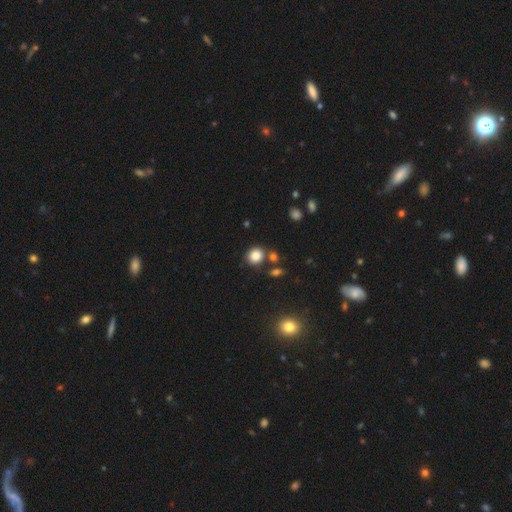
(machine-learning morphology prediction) A smooth galaxy with no disk features (83%) that is round (81%).

Vote fractions:
- Smooth or featured? smooth: 83% / star or artifact: 11% / featured or disk: 5%
- How rounded? round: 81% / in between: 18% / cigar-shaped: 1%
- Merging? none: 77% / minor disturbance: 10% / merger: 10% / major disturbance: 3%